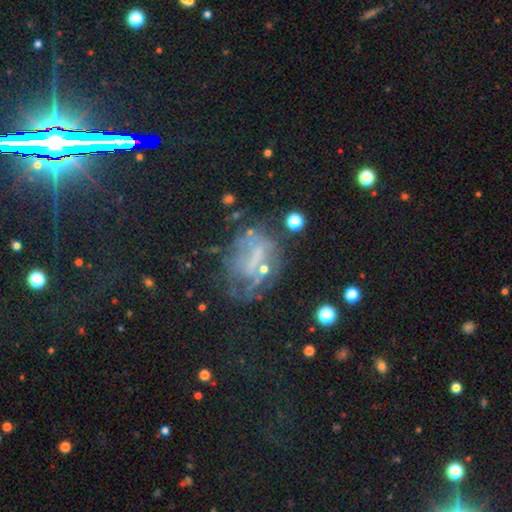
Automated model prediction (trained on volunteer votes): The model was most divided on "merging": none: 42%, major disturbance: 30%, minor disturbance: 21%, merger: 7%. Remaining: smooth or featured — featured or disk (46%).